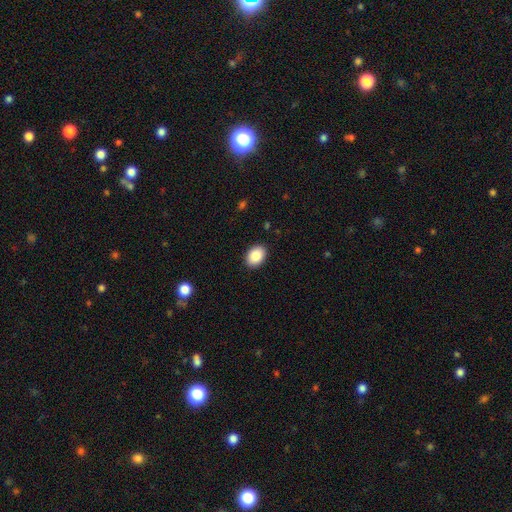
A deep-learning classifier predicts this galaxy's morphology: Overall: smooth (89%). How rounded: in between (80%). Merging: none (89%).